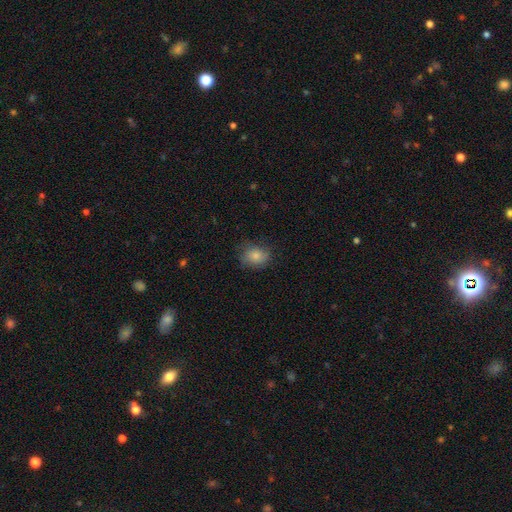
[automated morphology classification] This is clearly a smooth galaxy (81%). How rounded: possibly round (56%). Merging: likely none (70%).